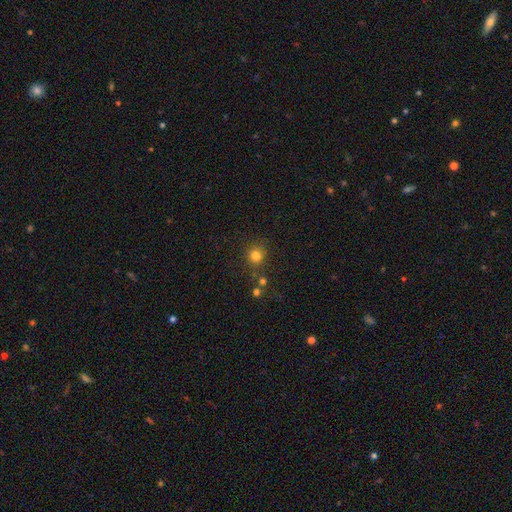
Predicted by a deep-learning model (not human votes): smooth-or-featured: smooth: 80% | star or artifact: 14% | featured or disk: 5%
  how-rounded: round: 90% | in between: 9% | cigar-shaped: 1%
  merging: none: 78% | minor disturbance: 10% | merger: 8% | major disturbance: 4%